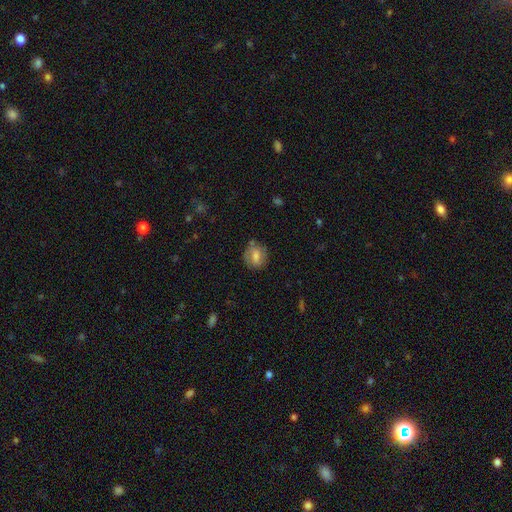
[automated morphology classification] smooth_or_featured: smooth (p=0.64) [alt: featured or disk p=0.27]
how_rounded: round (p=0.61) [alt: in between p=0.37]
merging: none (p=0.73) [alt: minor disturbance p=0.18]